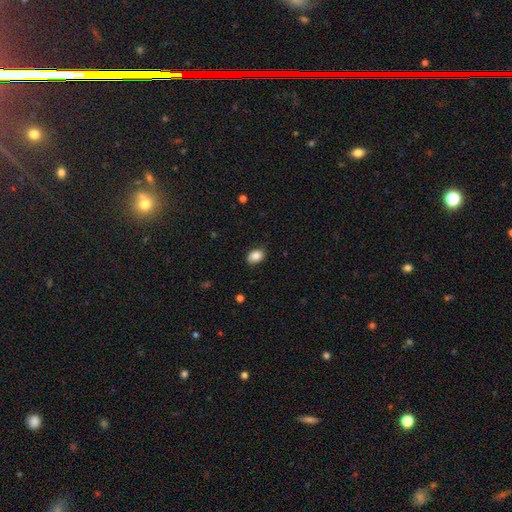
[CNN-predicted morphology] Overall: smooth (86%). How rounded: in between (79%). Merging: none (84%).